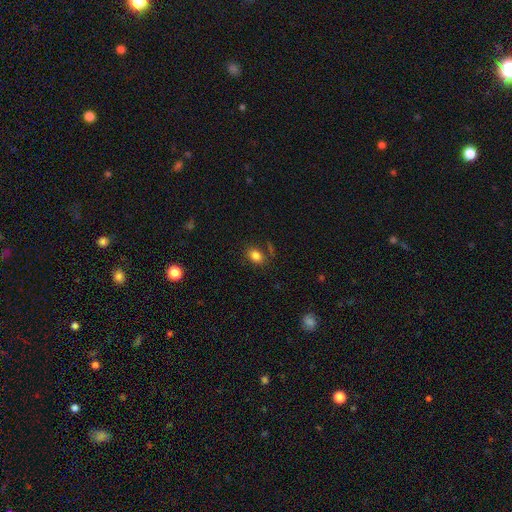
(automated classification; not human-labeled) This is clearly a smooth galaxy (82%). How rounded: likely in between (71%). Merging: likely none (76%).